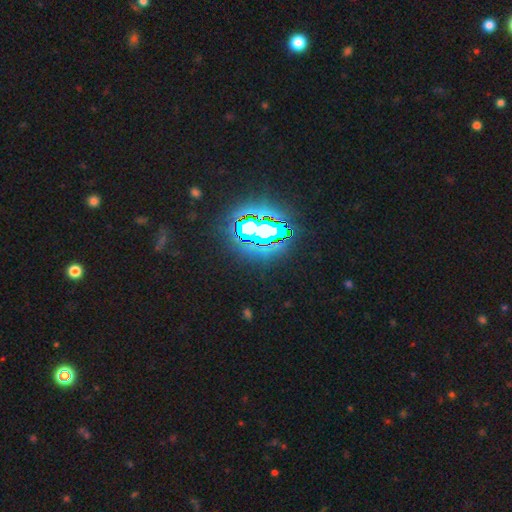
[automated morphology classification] Smooth or featured?
  - star or artifact: 78% *
  - smooth: 12%
  - featured or disk: 9%